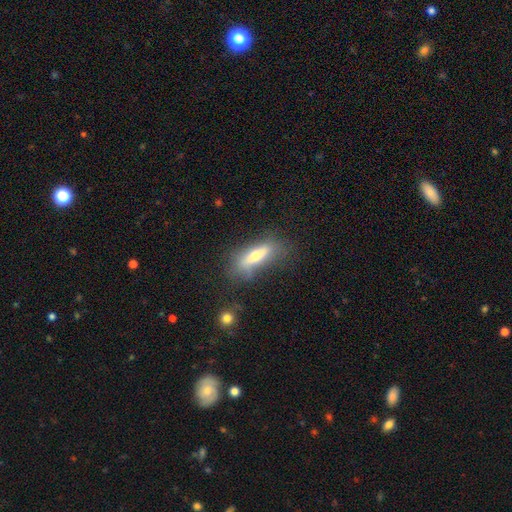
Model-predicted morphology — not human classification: The model was most divided on "smooth or featured": smooth: 50%, featured or disk: 42%, star or artifact: 8%. More confident: merging — none (65%); how rounded — cigar-shaped (58%).